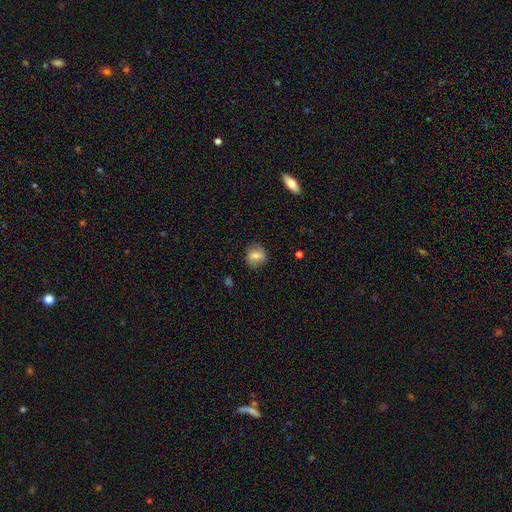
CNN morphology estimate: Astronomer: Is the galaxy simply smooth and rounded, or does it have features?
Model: smooth — 65%.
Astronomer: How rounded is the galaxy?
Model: round — 61% (runner-up: in between, 36%).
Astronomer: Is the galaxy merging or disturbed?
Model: none — 77%.